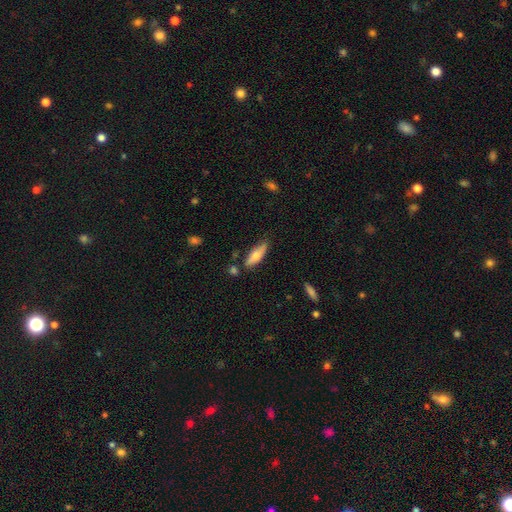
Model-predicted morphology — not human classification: Smooth or featured?
  - smooth: 65% *
  - featured or disk: 29%
  - star or artifact: 6%
How rounded?
  - cigar-shaped: 52% *
  - in between: 46%
  - round: 2%
Merging?
  - none: 74% *
  - minor disturbance: 18%
  - merger: 5%
  - major disturbance: 3%